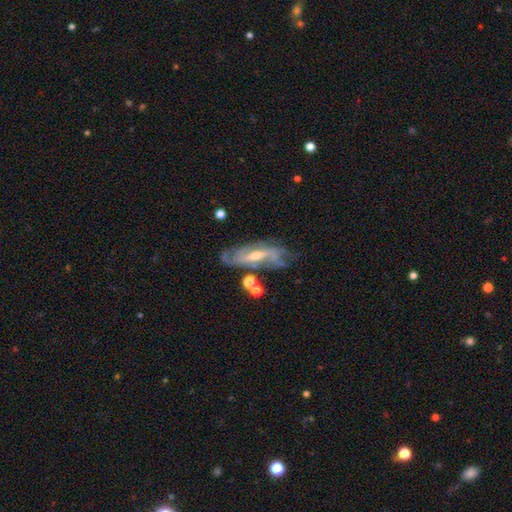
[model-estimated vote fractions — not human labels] A featured or disk galaxy (82%) with a weak bar (42%), 2 (40%) tight (43%) spiral arms (91%) and a moderate central bulge (50%).

Vote fractions:
- Smooth or featured? featured or disk: 82% / smooth: 10% / star or artifact: 7%
- Edge-on disk? no: 82% / yes: 18%
- Bar? weak: 42% / strong: 31% / no: 28%
- Spiral arms? yes: 91% / no: 9%
- Spiral winding? tight: 43% / medium: 41% / loose: 17%
- Spiral arm count? 2: 40% / can't tell: 32% / 3: 15% / 4: 6% / 1: 4% / more than 4: 3%
- Bulge size? moderate: 50% / small: 44% / large: 3% / none: 3% / dominant: 1%
- Merging? none: 62% / minor disturbance: 21% / major disturbance: 11% / merger: 7%